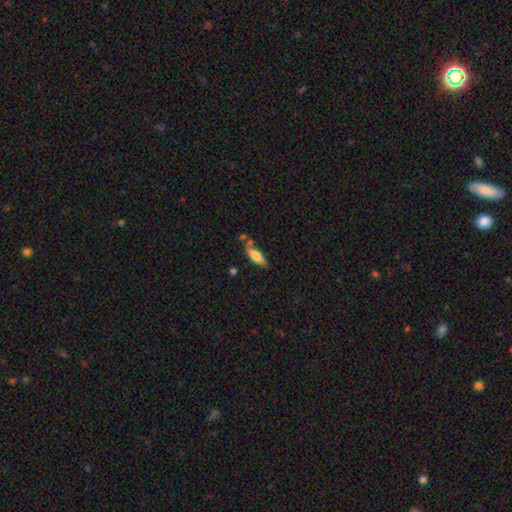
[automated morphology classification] This is likely a smooth galaxy (71%). How rounded: likely in between (61%). Merging: possibly none (56%).